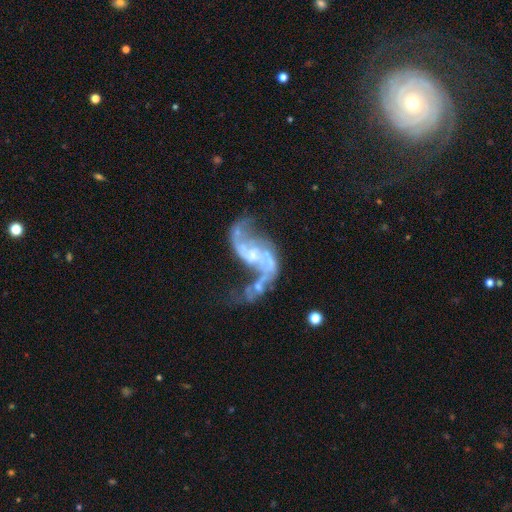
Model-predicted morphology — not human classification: Smooth or featured?
  - featured or disk: 89% *
  - star or artifact: 7%
  - smooth: 5%
Edge-on disk?
  - no: 97% *
  - yes: 3%
Bar?
  - no: 46% *
  - weak: 40%
  - strong: 14%
Spiral arms?
  - yes: 93% *
  - no: 7%
Spiral winding?
  - loose: 77% *
  - medium: 19%
  - tight: 4%
Spiral arm count?
  - 2: 89% *
  - can't tell: 3%
  - 1: 3%
  - 3: 2%
  - 4: 1%
  - more than 4: 1%
Bulge size?
  - small: 48% *
  - none: 27%
  - moderate: 22%
  - large: 3%
  - dominant: 1%
Merging?
  - none: 34% *
  - major disturbance: 28%
  - merger: 22%
  - minor disturbance: 16%